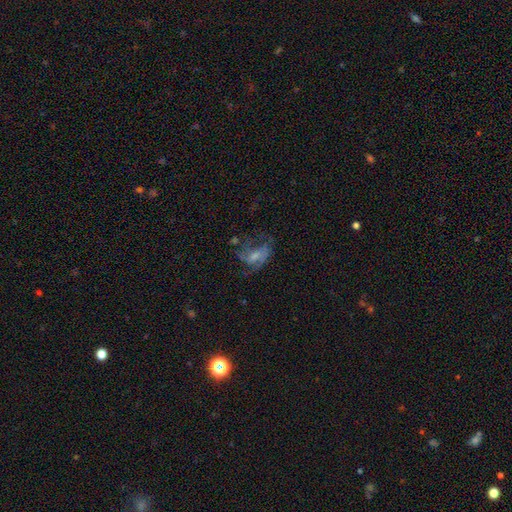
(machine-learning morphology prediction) This is possibly a featured or disk galaxy (60%). It is clearly not viewed edge-on (96%). Bar: possibly no (49%). Spiral arm pattern: likely yes (68%). Central bulge: marginally small (35%). Merging: marginally major disturbance (41%).